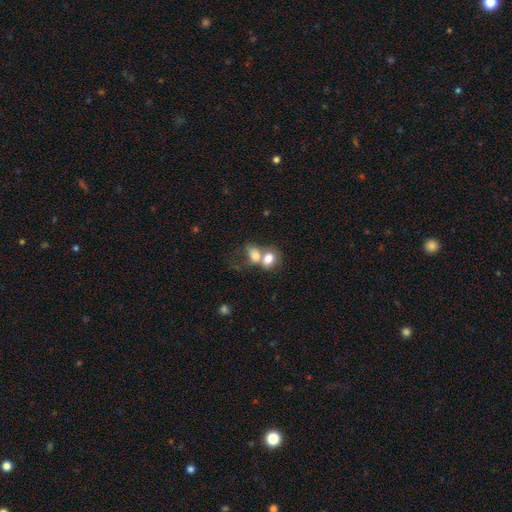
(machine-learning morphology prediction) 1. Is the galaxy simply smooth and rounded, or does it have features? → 74% smooth, 16% featured or disk, 10% star or artifact.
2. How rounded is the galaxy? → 60% in between, 38% round, 1% cigar-shaped.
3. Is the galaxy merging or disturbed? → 67% merger, 19% none, 7% minor disturbance, 6% major disturbance.